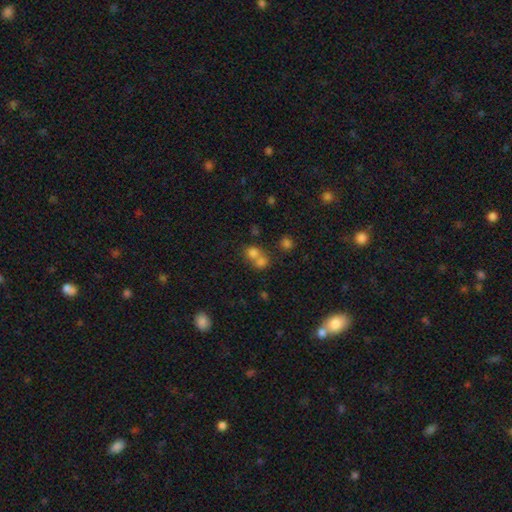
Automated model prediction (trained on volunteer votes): smooth_or_featured: smooth (p=0.71) [alt: star or artifact p=0.16]
how_rounded: round (p=0.76) [alt: in between p=0.23]
merging: merger (p=0.58) [alt: none p=0.33]